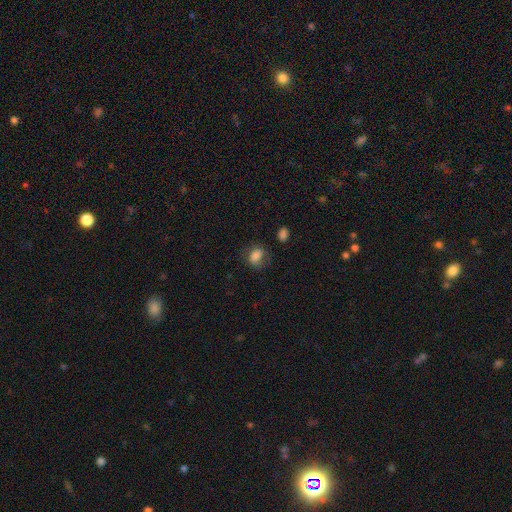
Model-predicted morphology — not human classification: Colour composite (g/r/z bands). It shows a smooth galaxy with no disk features (80%) that is in between round and cigar-shaped (66%). Merging: none (63%).